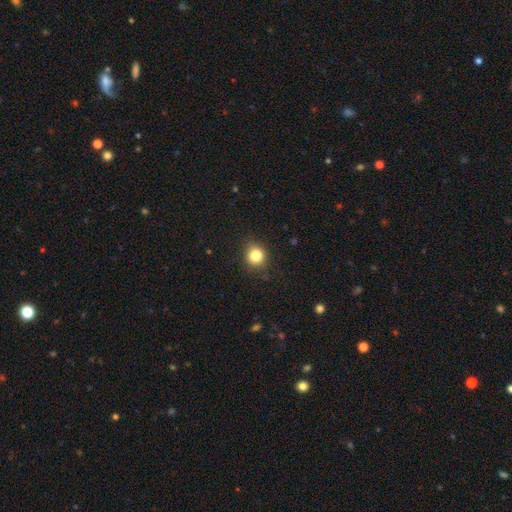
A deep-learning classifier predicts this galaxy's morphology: This appears to be a smooth galaxy with no disk features (83%) that is round (80%). Merging: none (81%).